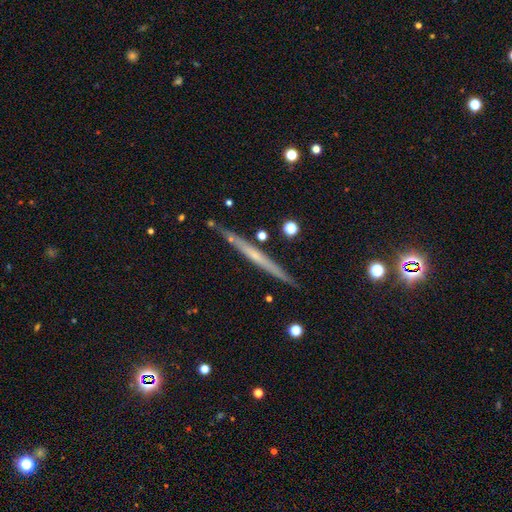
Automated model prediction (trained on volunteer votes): Smooth or featured? featured or disk (62%)
Edge-on disk? yes (97%)
Edge-on bulge? none (77%)
Merging? none (87%)